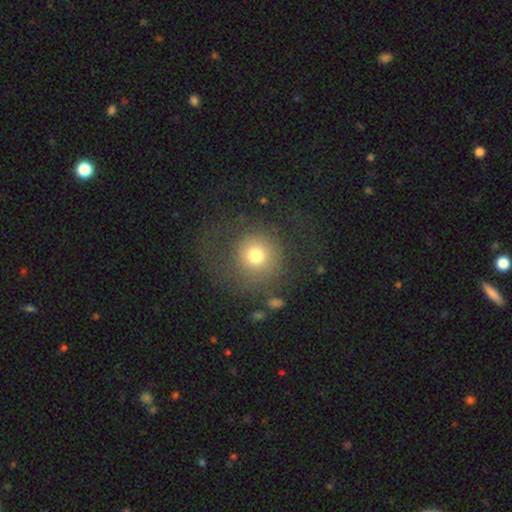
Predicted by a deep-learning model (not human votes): Q: Smooth or featured?
A: smooth (70%); runner-up: featured or disk (16%)
Q: How rounded?
A: round (92%); runner-up: in between (7%)
Q: Merging?
A: none (58%); runner-up: major disturbance (25%)